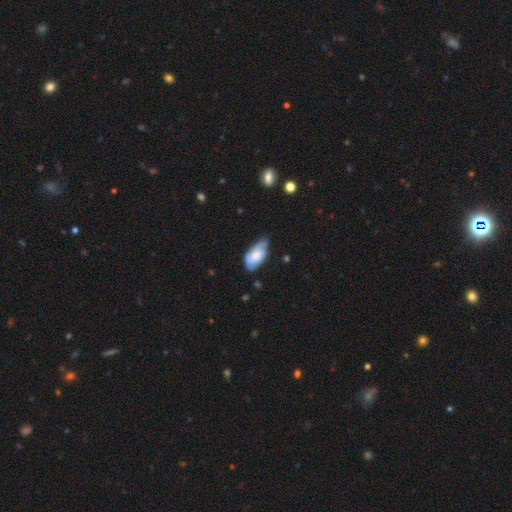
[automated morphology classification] The model was most divided on "merging": none: 49%, minor disturbance: 39%, major disturbance: 10%, merger: 2%. More confident: how rounded — in between (92%); smooth or featured — smooth (62%).